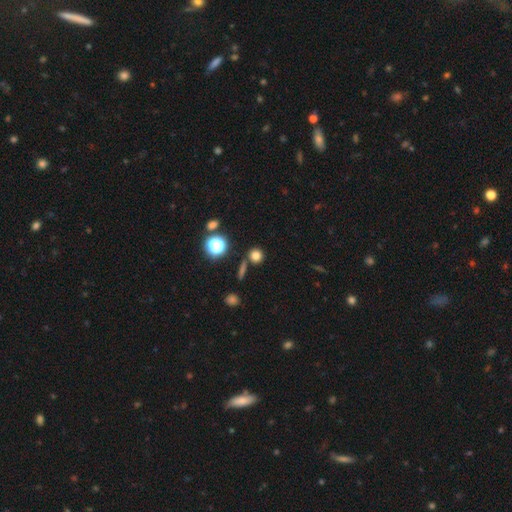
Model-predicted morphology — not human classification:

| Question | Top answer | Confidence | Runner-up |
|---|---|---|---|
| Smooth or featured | smooth | 75% | star or artifact (18%) |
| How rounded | round | 89% | in between (9%) |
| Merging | none | 79% | merger (9%) |